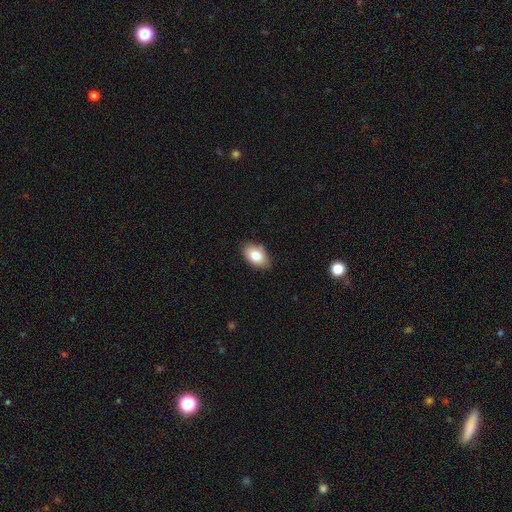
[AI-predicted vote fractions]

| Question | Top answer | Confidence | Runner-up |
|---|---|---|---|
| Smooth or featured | smooth | 82% | featured or disk (10%) |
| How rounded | in between | 91% | round (8%) |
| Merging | none | 85% | minor disturbance (12%) |